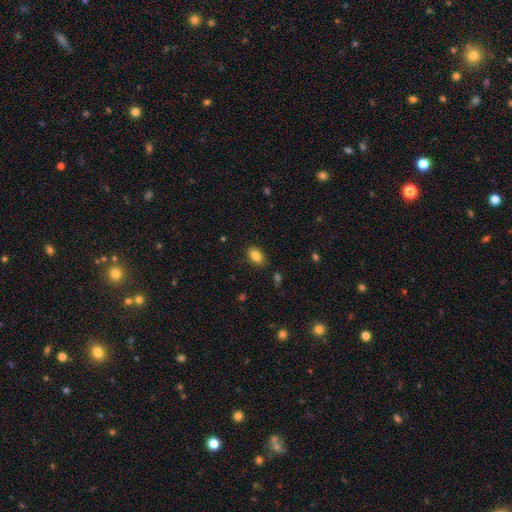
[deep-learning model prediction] A smooth galaxy with no disk features (85%) that is in between round and cigar-shaped (86%).

Vote fractions:
- Smooth or featured? smooth: 85% / star or artifact: 9% / featured or disk: 6%
- How rounded? in between: 86% / round: 12% / cigar-shaped: 2%
- Merging? none: 85% / minor disturbance: 11% / major disturbance: 3% / merger: 2%